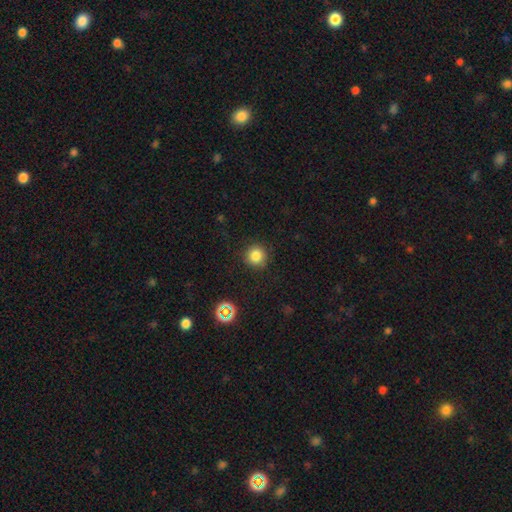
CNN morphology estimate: Smooth or featured? smooth (81%)
How rounded? round (94%)
Merging? none (88%)